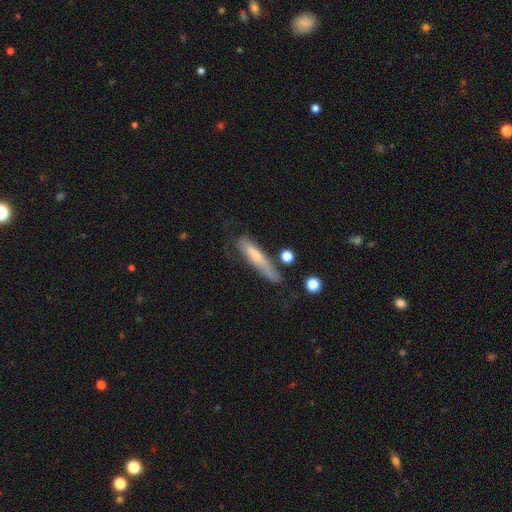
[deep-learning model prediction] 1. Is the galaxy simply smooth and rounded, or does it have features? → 54% smooth, 38% featured or disk, 7% star or artifact.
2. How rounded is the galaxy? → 81% cigar-shaped, 17% in between, 2% round.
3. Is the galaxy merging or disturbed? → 53% none, 27% minor disturbance, 14% major disturbance, 5% merger.